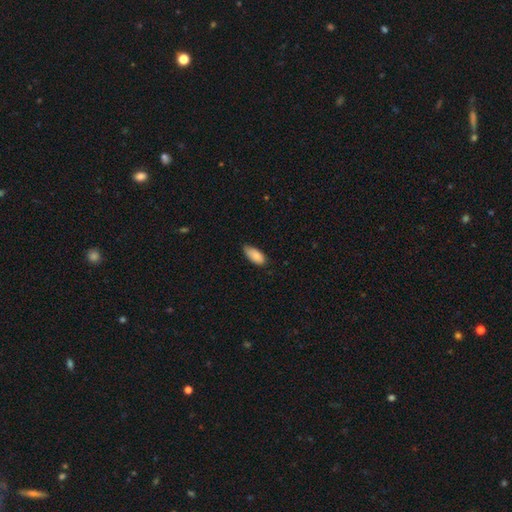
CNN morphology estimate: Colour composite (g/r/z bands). It shows a smooth galaxy with no disk features (87%) that is in between round and cigar-shaped (88%). Merging: none (65%).